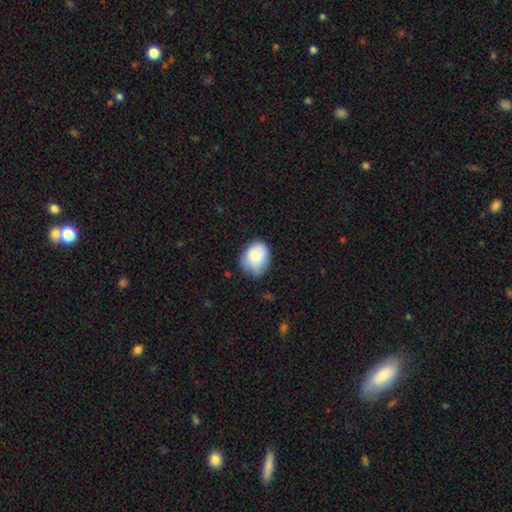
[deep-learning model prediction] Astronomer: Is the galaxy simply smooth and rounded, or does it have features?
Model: smooth — 80%.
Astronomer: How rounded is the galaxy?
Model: in between — 56% (runner-up: round, 43%).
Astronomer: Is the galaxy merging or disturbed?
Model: none — 64%.